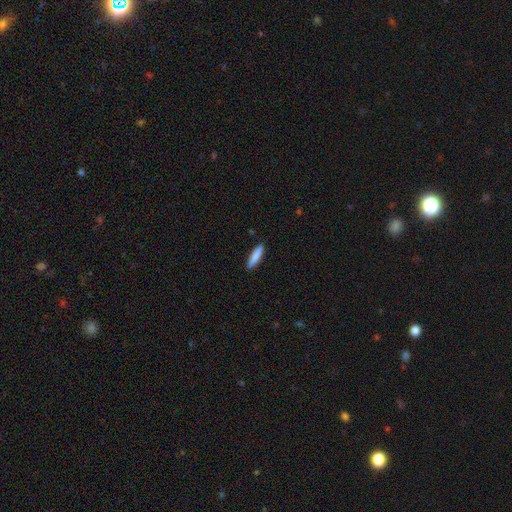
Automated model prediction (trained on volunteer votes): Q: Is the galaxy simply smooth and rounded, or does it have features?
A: smooth — 87%.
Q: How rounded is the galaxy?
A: cigar-shaped — 81%.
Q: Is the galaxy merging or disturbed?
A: none — 90%.